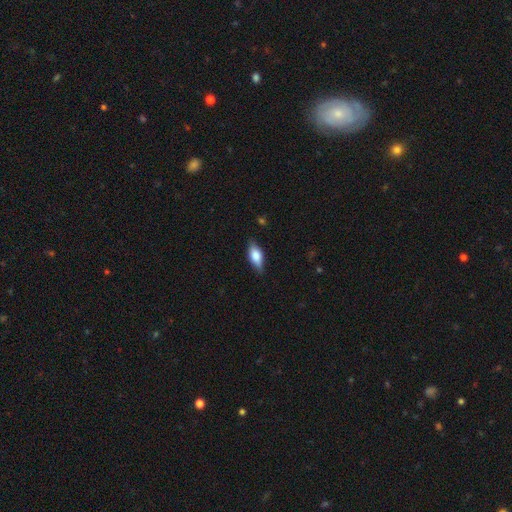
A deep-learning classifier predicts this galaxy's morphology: Smooth or featured? Predicted: smooth (p=0.70). How rounded? Predicted: in between (p=0.81). Merging? Predicted: none (p=0.82).